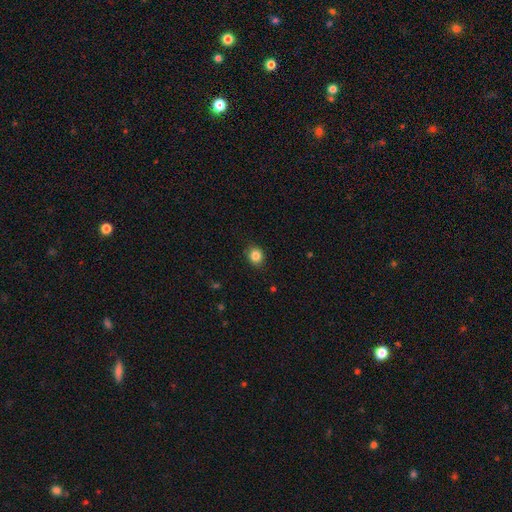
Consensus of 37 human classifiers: A smooth galaxy with no disk features (86%) that is round (84%). Merging: none (94%).